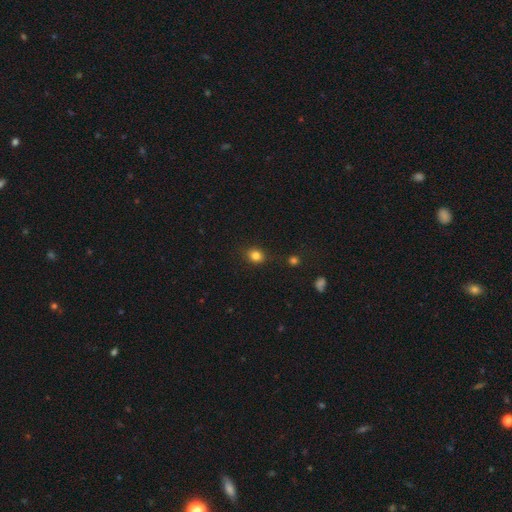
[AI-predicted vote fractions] A smooth galaxy with no disk features (83%) that is round (67%). Merging: none (84%).